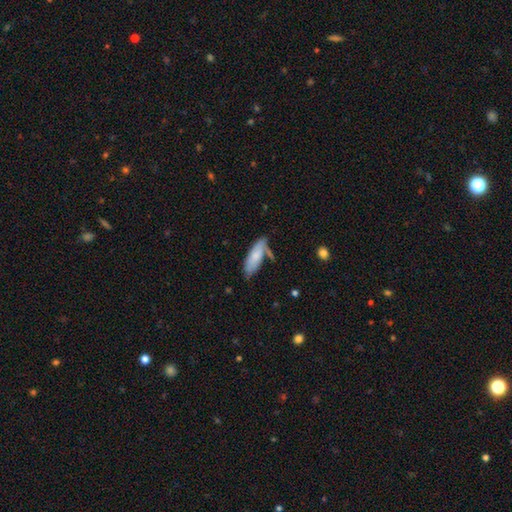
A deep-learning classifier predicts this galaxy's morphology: Smooth or featured?
  - smooth: 74% *
  - featured or disk: 20%
  - star or artifact: 6%
How rounded?
  - in between: 63% *
  - cigar-shaped: 36%
  - round: 2%
Merging?
  - none: 51% *
  - minor disturbance: 26%
  - merger: 14%
  - major disturbance: 9%